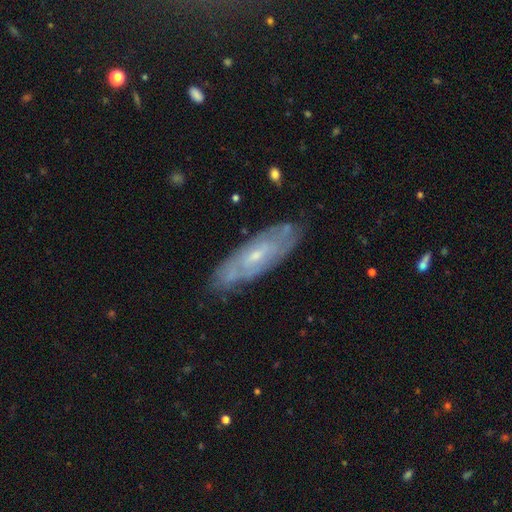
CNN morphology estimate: featured or disk 69%, smooth 25%, star or artifact 6%. Down the decision tree: edge-on disk — no (78%); bar — no (60%); spiral arms — yes (73%); bulge size — small (70%); merging — none (78%).